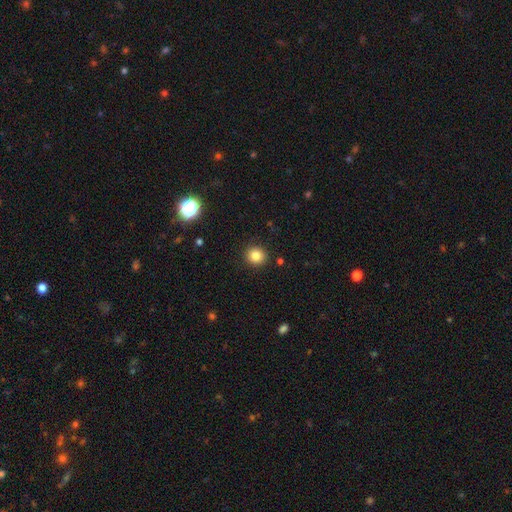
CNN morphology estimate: smooth_or_featured: smooth (p=0.83) [alt: star or artifact p=0.11]
how_rounded: round (p=0.88) [alt: in between p=0.11]
merging: none (p=0.90) [alt: minor disturbance p=0.06]